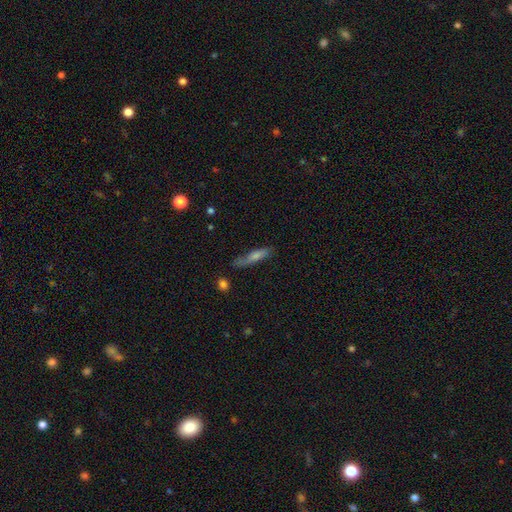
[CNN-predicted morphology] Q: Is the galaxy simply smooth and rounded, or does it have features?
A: smooth — 52%.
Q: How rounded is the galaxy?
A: cigar-shaped — 83%.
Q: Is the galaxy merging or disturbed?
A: none — 67%.